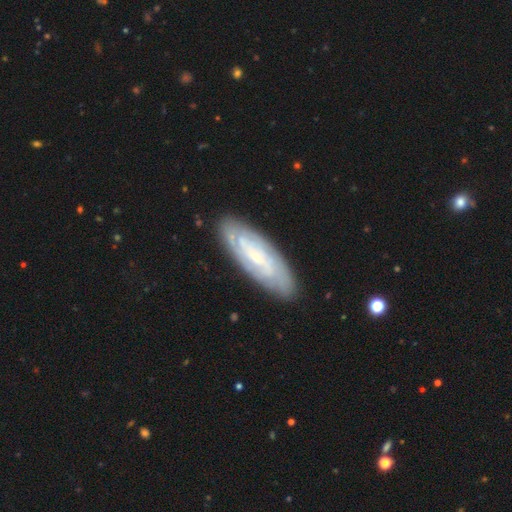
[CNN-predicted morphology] A featured or disk galaxy (75%) with no bar (50%), tight (65%) spiral arms (89%) and a small central bulge (79%).

Vote fractions:
- Smooth or featured? featured or disk: 75% / smooth: 19% / star or artifact: 6%
- Edge-on disk? no: 87% / yes: 13%
- Bar? no: 50% / weak: 37% / strong: 13%
- Spiral arms? yes: 89% / no: 11%
- Spiral winding? tight: 65% / medium: 27% / loose: 8%
- Spiral arm count? can't tell: 49% / 2: 24% / 3: 11% / 4: 8% / more than 4: 5% / 1: 4%
- Bulge size? small: 79% / moderate: 16% / none: 3% / large: 1% / dominant: 1%
- Merging? none: 83% / minor disturbance: 13% / major disturbance: 3% / merger: 1%